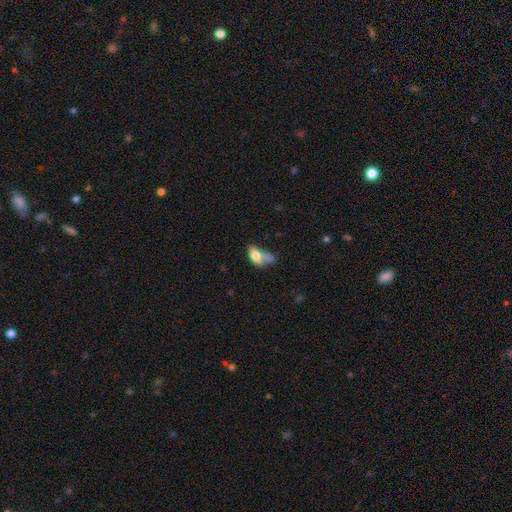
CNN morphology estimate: Overall: smooth (71%). How rounded: in between (85%). Merging: merger (38%; none 25%).